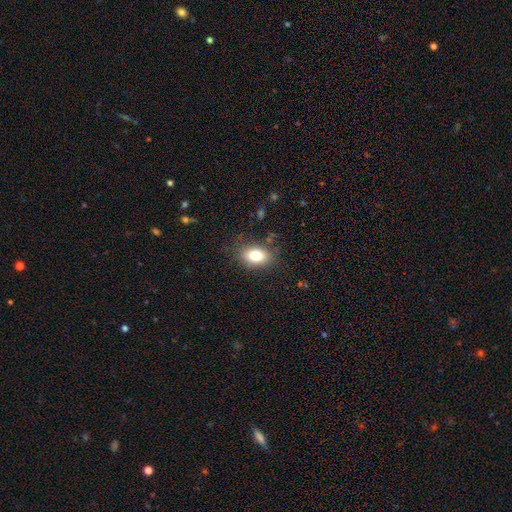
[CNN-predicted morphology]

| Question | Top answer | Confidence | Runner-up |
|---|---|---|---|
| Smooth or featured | smooth | 79% | featured or disk (11%) |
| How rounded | in between | 81% | round (17%) |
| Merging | none | 82% | minor disturbance (13%) |